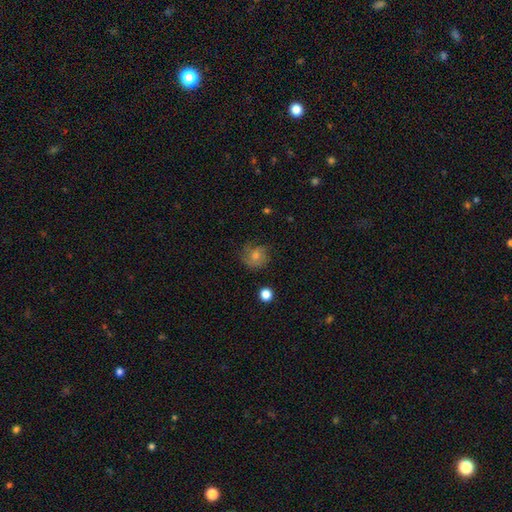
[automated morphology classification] A featured or disk galaxy (53%) with no bar (75%), spiral arms (88%) and a moderate central bulge (52%). Merging: none (71%).